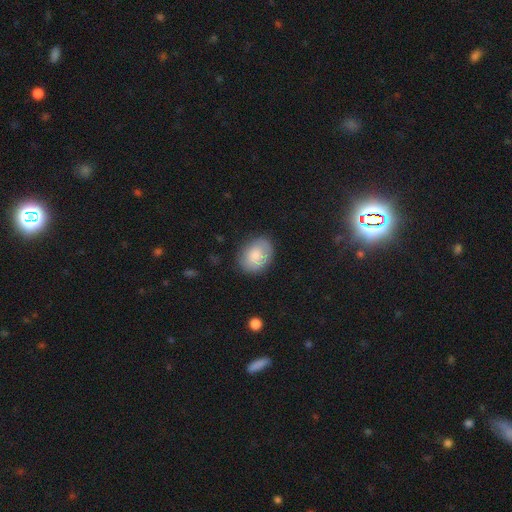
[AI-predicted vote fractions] Smooth or featured? smooth (75%)
How rounded? in between (63%)
Merging? none (77%)